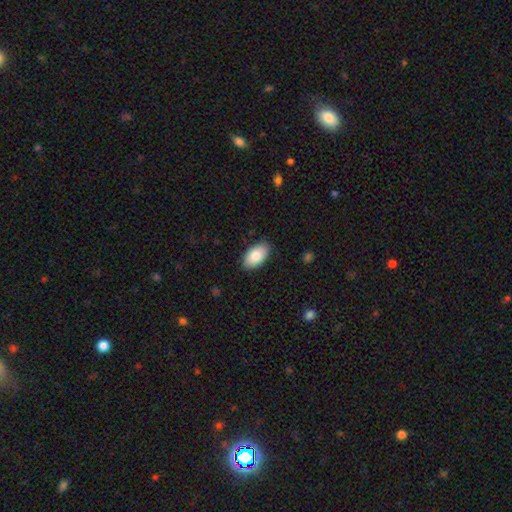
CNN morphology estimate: This appears to be a smooth galaxy with no disk features (83%) that is in between round and cigar-shaped (95%). Merging: none (87%).